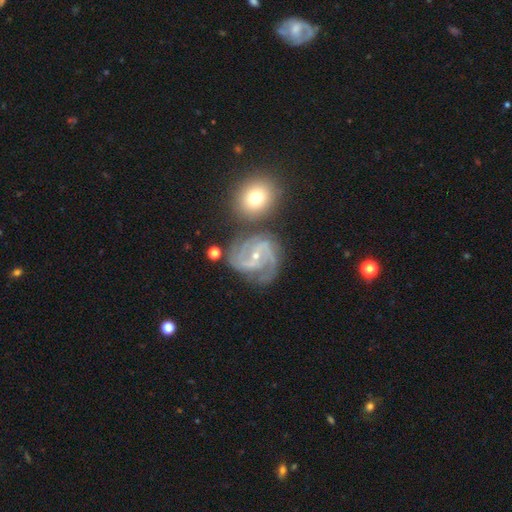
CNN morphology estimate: smooth_or_featured: featured or disk (p=0.91) [alt: star or artifact p=0.05]
disk_edge_on: no (p=0.98) [alt: yes p=0.02]
bar: weak (p=0.44) [alt: no p=0.32]
has_spiral_arms: yes (p=0.98) [alt: no p=0.02]
spiral_winding: medium (p=0.48) [alt: tight p=0.44]
spiral_arm_count: 2 (p=0.41) [alt: 3 p=0.36]
bulge_size: small (p=0.70) [alt: moderate p=0.27]
merging: none (p=0.66) [alt: minor disturbance p=0.18]